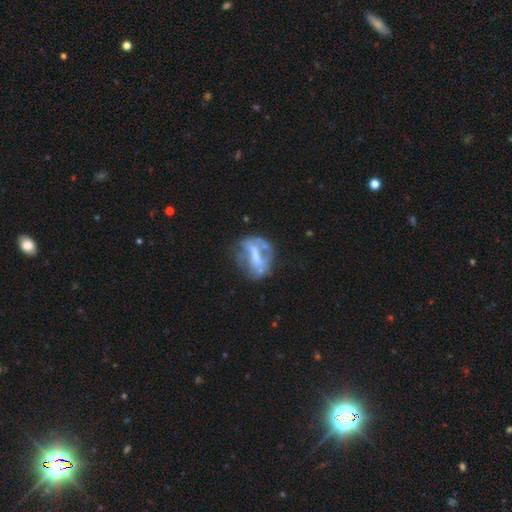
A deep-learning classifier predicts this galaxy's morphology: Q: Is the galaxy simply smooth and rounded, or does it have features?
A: featured or disk — 63%.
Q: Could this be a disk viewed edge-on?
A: no — 94%.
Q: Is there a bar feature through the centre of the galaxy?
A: strong — 40%.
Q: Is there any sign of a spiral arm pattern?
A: no — 64%.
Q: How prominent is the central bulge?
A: moderate — 34%.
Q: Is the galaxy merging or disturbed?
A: none — 44%.